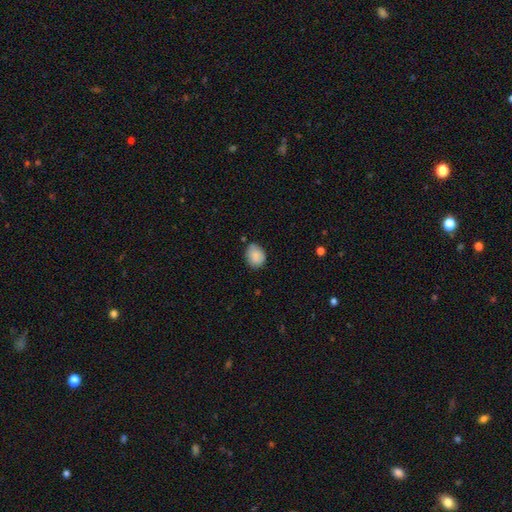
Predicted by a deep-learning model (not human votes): A smooth galaxy with no disk features (87%) that is in between round and cigar-shaped (57%). Merging: none (76%).